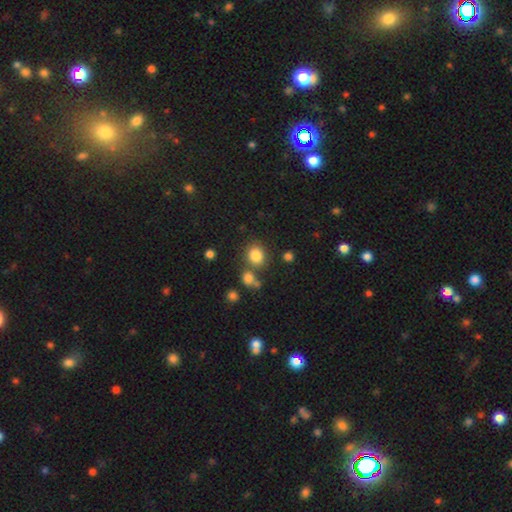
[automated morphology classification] Q: Smooth or featured?
A: smooth (82%); runner-up: star or artifact (12%)
Q: How rounded?
A: round (74%); runner-up: in between (25%)
Q: Merging?
A: none (71%); runner-up: merger (15%)